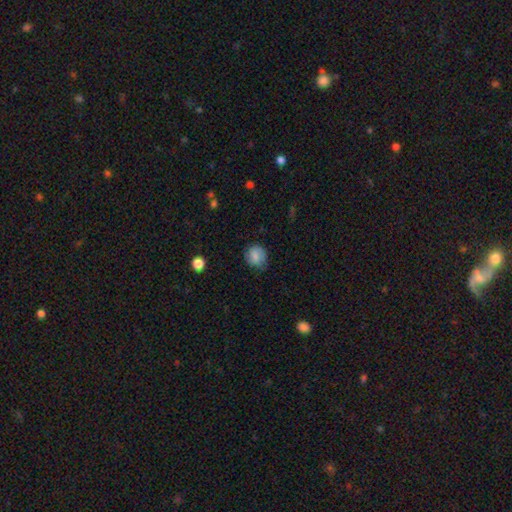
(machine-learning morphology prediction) smooth 81%, featured or disk 10%, star or artifact 8%. Down the decision tree: how rounded — round (70%); merging — none (69%).